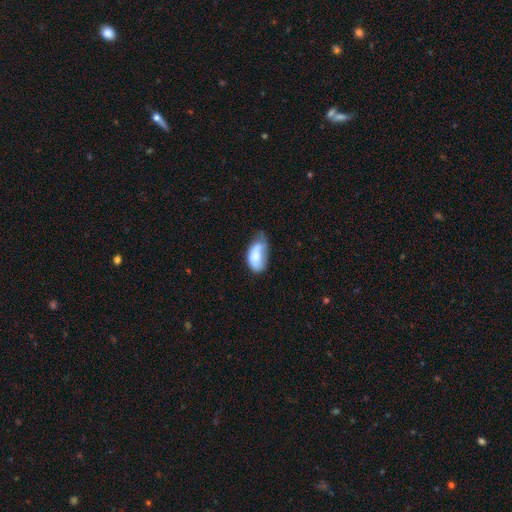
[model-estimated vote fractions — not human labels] The model was most divided on "merging": minor disturbance: 43%, none: 30%, major disturbance: 23%, merger: 5%. More confident: how rounded — in between (93%); smooth or featured — smooth (69%).